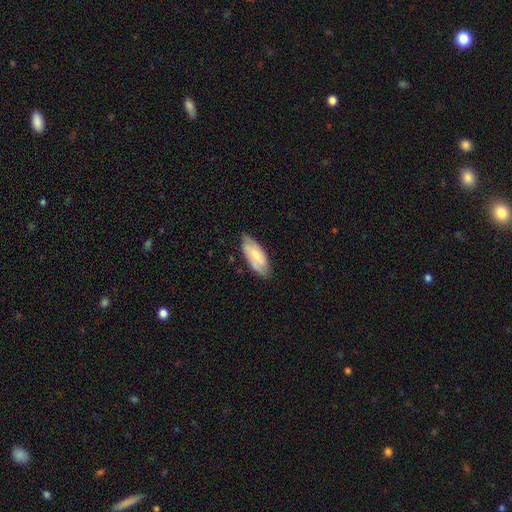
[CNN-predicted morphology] This appears to be a smooth galaxy with no disk features (56%) that is in between round and cigar-shaped (84%). Merging: none (73%).